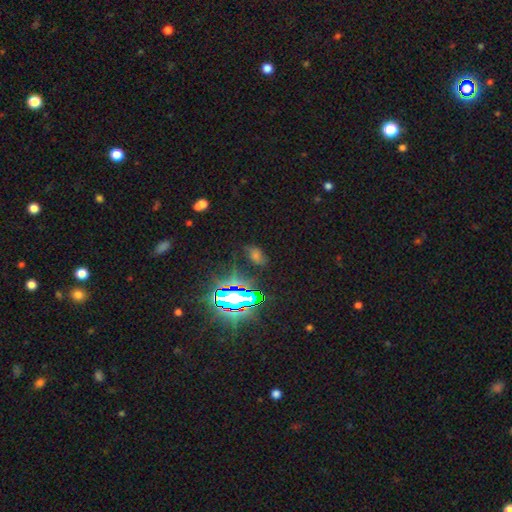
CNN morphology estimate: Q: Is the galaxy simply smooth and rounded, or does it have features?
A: star or artifact — 57%.